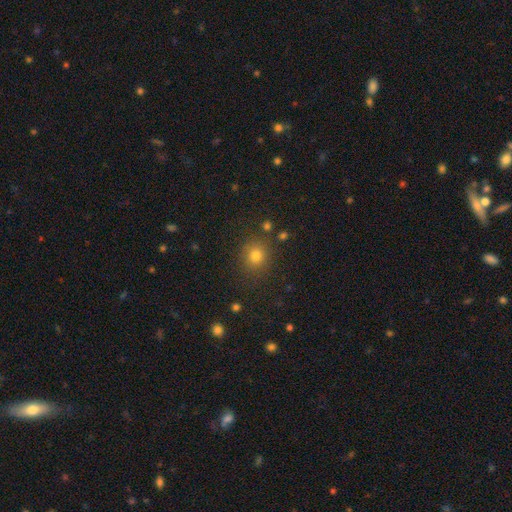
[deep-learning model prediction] A smooth galaxy with no disk features (78%) that is round (87%).

Vote fractions:
- Smooth or featured? smooth: 78% / star or artifact: 16% / featured or disk: 6%
- How rounded? round: 87% / in between: 12% / cigar-shaped: 1%
- Merging? none: 85% / minor disturbance: 9% / major disturbance: 3% / merger: 3%